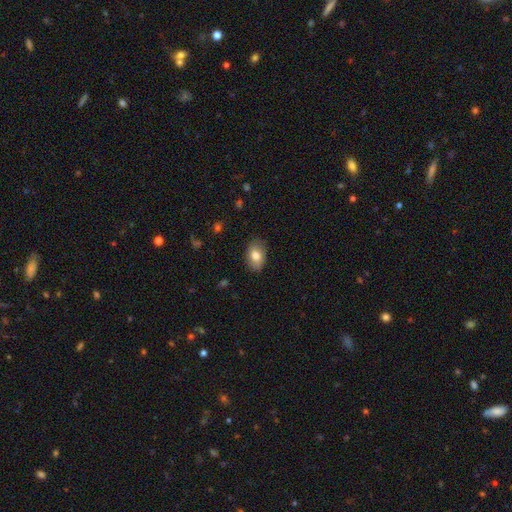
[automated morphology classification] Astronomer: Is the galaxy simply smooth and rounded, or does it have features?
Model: smooth — 80%.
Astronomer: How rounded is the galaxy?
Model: in between — 87%.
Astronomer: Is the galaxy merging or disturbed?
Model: none — 86%.